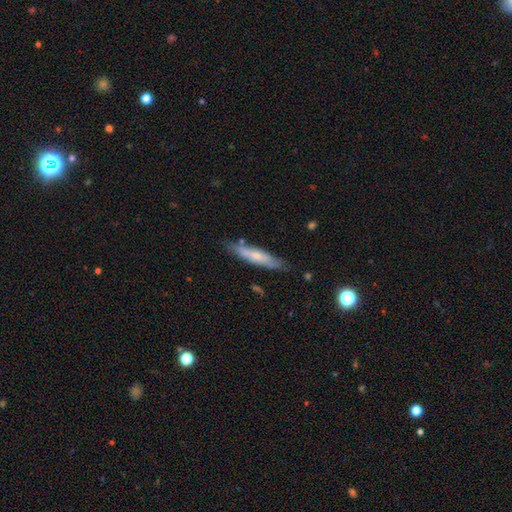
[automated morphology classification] smooth-or-featured: smooth: 52% | featured or disk: 42% | star or artifact: 6%
  how-rounded: cigar-shaped: 85% | in between: 13% | round: 2%
  merging: none: 79% | minor disturbance: 16% | major disturbance: 3% | merger: 3%